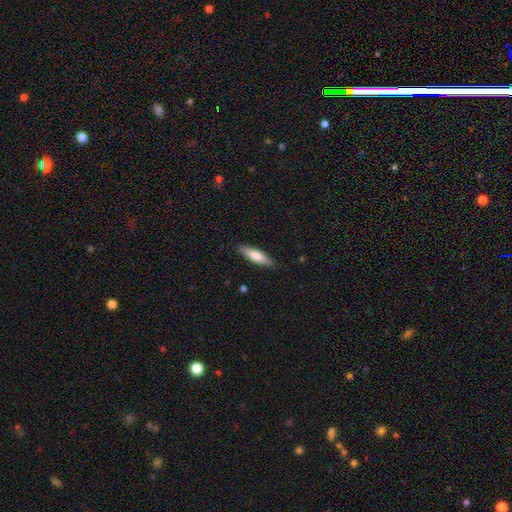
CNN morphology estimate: smooth-or-featured: smooth: 72% | featured or disk: 22% | star or artifact: 5%
  how-rounded: cigar-shaped: 70% | in between: 29% | round: 1%
  merging: none: 88% | minor disturbance: 9% | major disturbance: 2% | merger: 1%